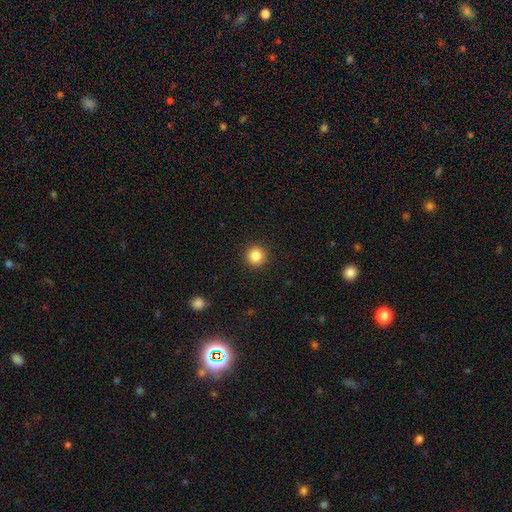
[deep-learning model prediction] smooth 85%, star or artifact 11%, featured or disk 4%. Down the decision tree: how rounded — round (94%); merging — none (93%).